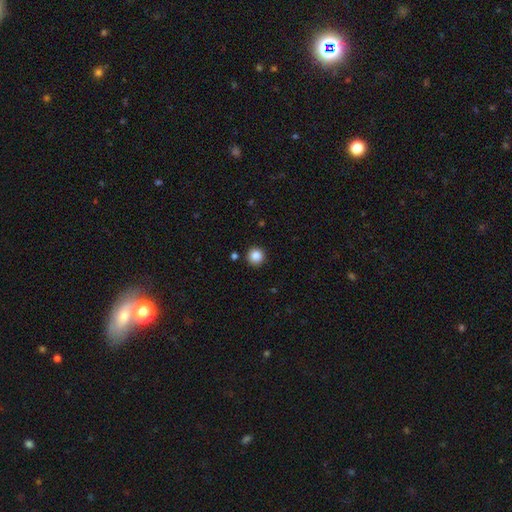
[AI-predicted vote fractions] The model was most divided on "smooth or featured": smooth: 86%, star or artifact: 10%, featured or disk: 4%. More confident: how rounded — round (95%); merging — none (90%).